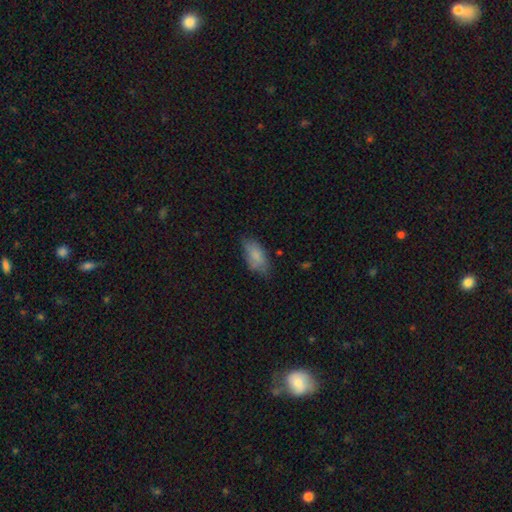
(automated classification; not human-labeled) Overall: smooth (78%). How rounded: in between (90%). Merging: none (58%; minor disturbance 31%).